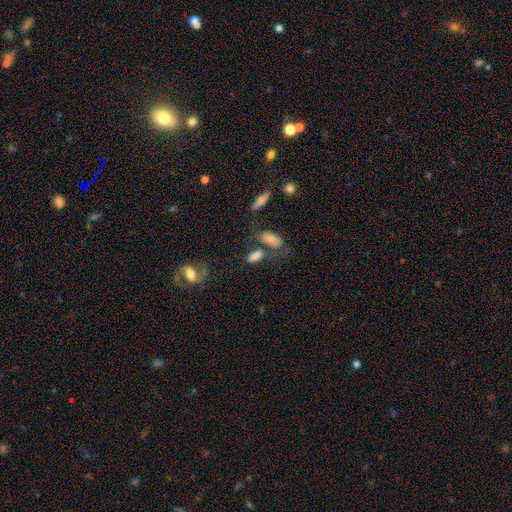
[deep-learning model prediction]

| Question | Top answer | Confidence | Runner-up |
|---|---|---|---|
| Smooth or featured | smooth | 76% | featured or disk (13%) |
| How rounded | in between | 83% | cigar-shaped (11%) |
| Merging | none | 55% | merger (21%) |